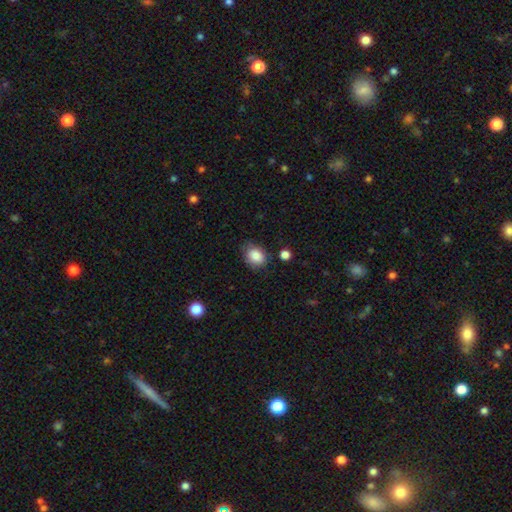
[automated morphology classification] Smooth or featured?
  - smooth: 86% *
  - star or artifact: 8%
  - featured or disk: 6%
How rounded?
  - in between: 62% *
  - round: 37%
  - cigar-shaped: 1%
Merging?
  - none: 72% *
  - minor disturbance: 21%
  - major disturbance: 5%
  - merger: 3%